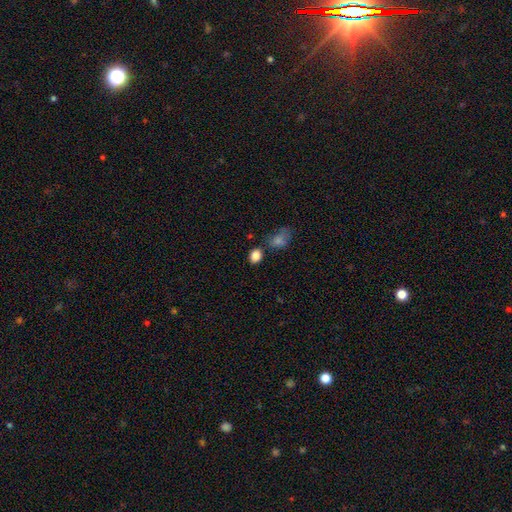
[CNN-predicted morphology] smooth_or_featured: smooth (p=0.85) [alt: star or artifact p=0.10]
how_rounded: in between (p=0.64) [alt: round p=0.34]
merging: none (p=0.69) [alt: minor disturbance p=0.15]